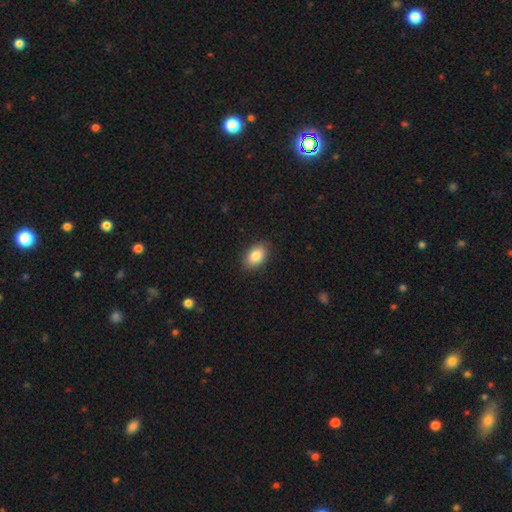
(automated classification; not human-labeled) smooth_or_featured: smooth (p=0.86) [alt: star or artifact p=0.07]
how_rounded: in between (p=0.88) [alt: round p=0.11]
merging: none (p=0.87) [alt: minor disturbance p=0.10]